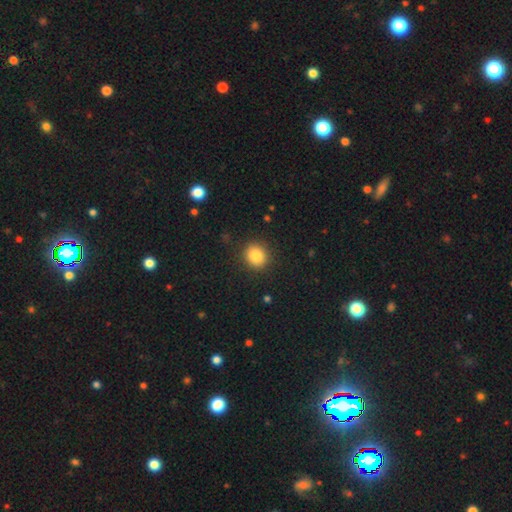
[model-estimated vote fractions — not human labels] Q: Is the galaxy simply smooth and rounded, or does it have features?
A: smooth — 84%.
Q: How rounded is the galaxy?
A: round — 80%.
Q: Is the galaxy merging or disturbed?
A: none — 89%.